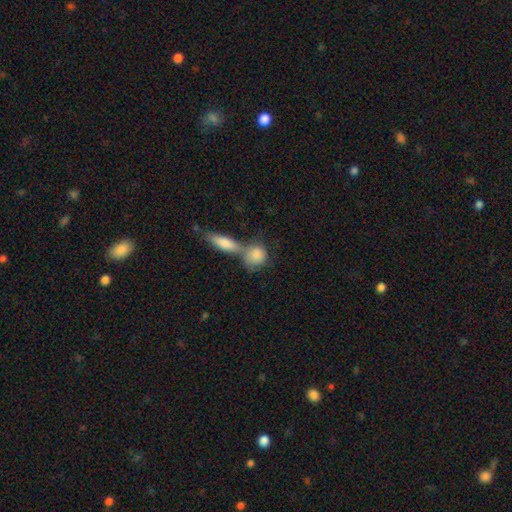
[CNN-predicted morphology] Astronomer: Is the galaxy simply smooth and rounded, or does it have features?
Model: smooth — 81%.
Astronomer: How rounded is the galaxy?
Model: round — 56% (runner-up: in between, 36%).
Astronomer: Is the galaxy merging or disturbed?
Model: merger — 51% (runner-up: none, 32%).